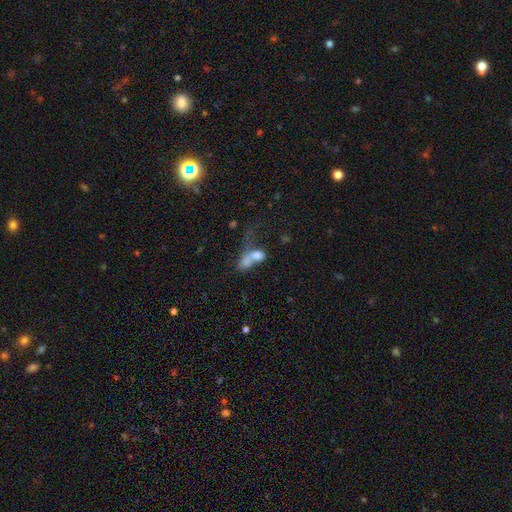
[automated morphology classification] Overall: smooth (67%). How rounded: in between (65%; round 28%). Merging: merger (67%).